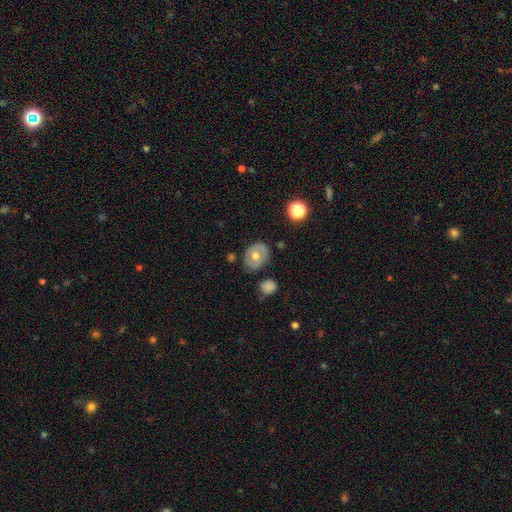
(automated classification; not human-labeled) A smooth galaxy with no disk features (49%). Merging: none (77%).